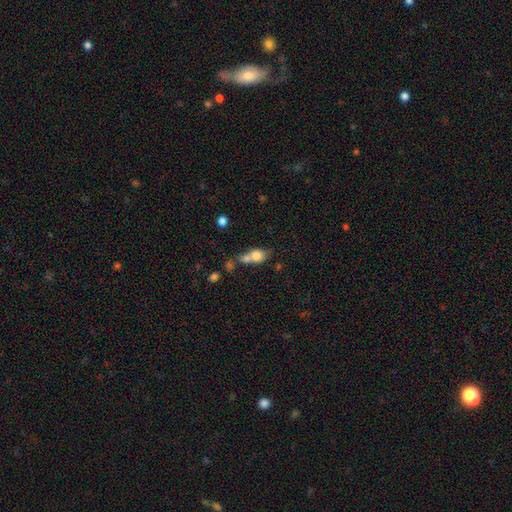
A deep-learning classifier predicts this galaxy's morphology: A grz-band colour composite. It shows a smooth galaxy with no disk features (74%) that is in between round and cigar-shaped (48%). Merging: merger (57%).